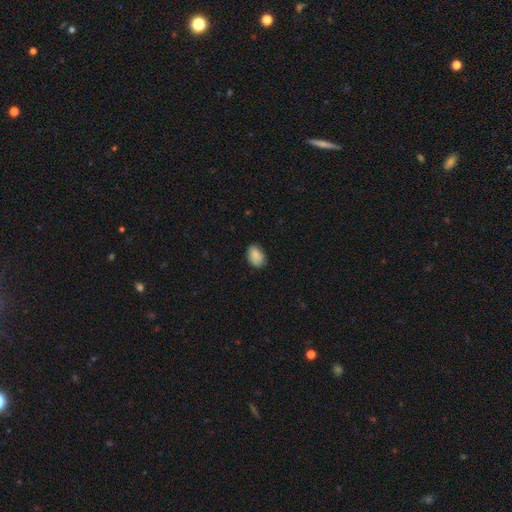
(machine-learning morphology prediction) This is clearly a smooth galaxy (84%). How rounded: clearly in between (80%). Merging: likely none (72%).